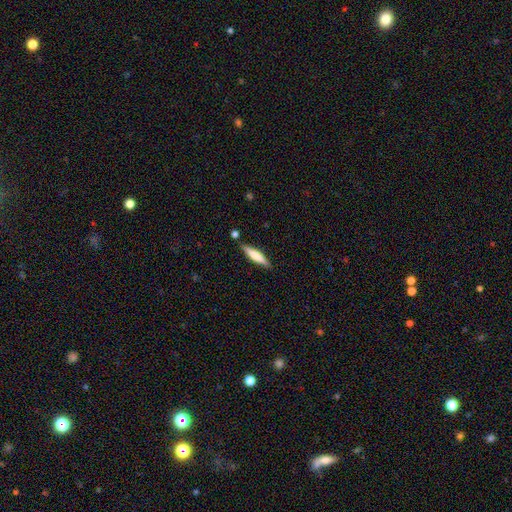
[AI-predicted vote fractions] Overall: smooth (62%; featured or disk 32%). How rounded: cigar-shaped (82%). Merging: none (83%).